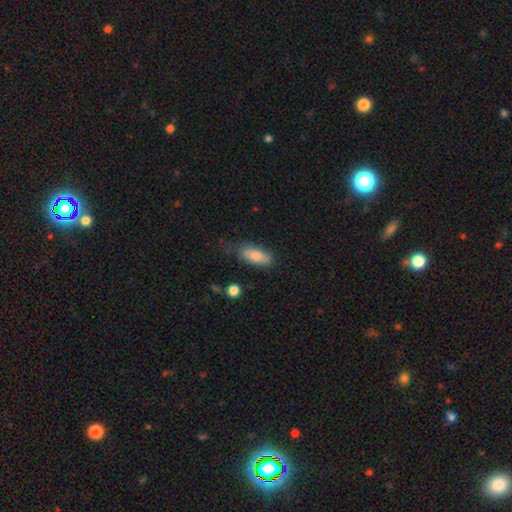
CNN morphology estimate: A smooth galaxy with no disk features (82%) that is in between round and cigar-shaped (80%).

Vote fractions:
- Smooth or featured? smooth: 82% / featured or disk: 12% / star or artifact: 6%
- How rounded? in between: 80% / cigar-shaped: 18% / round: 2%
- Merging? none: 63% / minor disturbance: 26% / major disturbance: 9% / merger: 3%